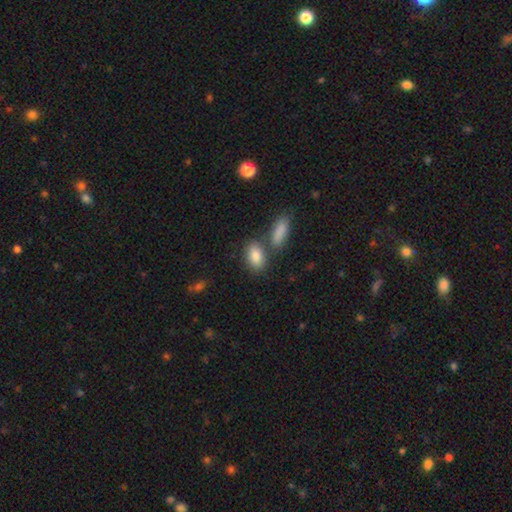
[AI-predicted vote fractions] smooth-or-featured: smooth: 86% | featured or disk: 7% | star or artifact: 7%
  how-rounded: in between: 90% | round: 6% | cigar-shaped: 4%
  merging: none: 62% | merger: 23% | minor disturbance: 11% | major disturbance: 4%